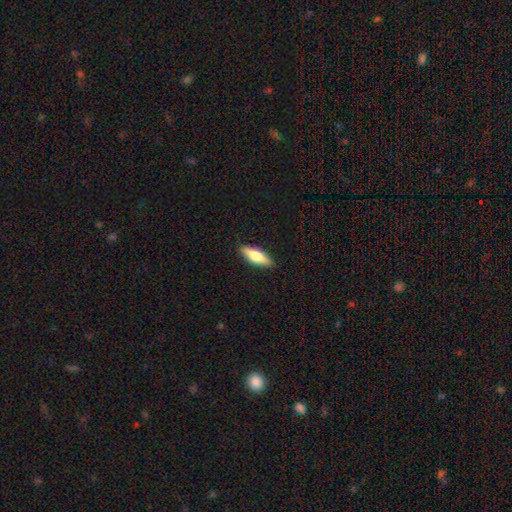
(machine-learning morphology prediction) Smooth or featured: smooth — 59% (featured or disk — 35%)
How rounded: in between — 55% (cigar-shaped — 42%)
Merging: none — 89% (minor disturbance — 8%)